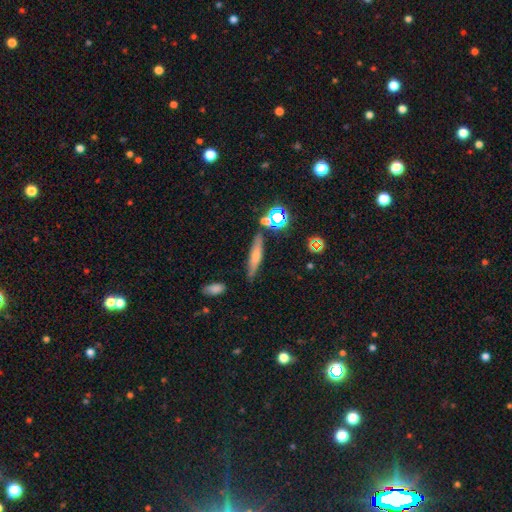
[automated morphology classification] Smooth or featured? Predicted: smooth (p=0.47). Merging? Predicted: none (p=0.82).